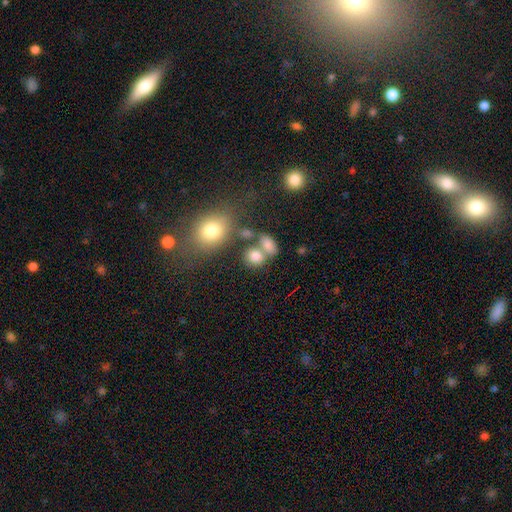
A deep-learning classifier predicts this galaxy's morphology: smooth_or_featured: smooth (p=0.77) [alt: star or artifact p=0.13]
how_rounded: round (p=0.57) [alt: in between p=0.41]
merging: none (p=0.48) [alt: merger p=0.34]